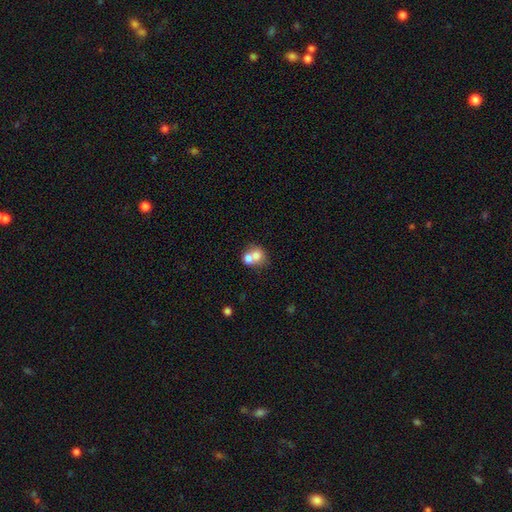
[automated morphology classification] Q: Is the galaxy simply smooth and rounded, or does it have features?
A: smooth — 70%.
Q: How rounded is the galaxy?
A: round — 68%.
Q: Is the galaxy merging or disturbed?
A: merger — 65%.